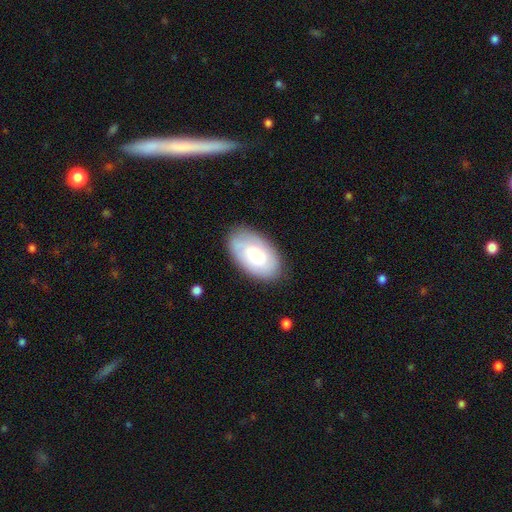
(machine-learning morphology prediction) Smooth or featured? Predicted: smooth (p=0.68). How rounded? Predicted: in between (p=0.94). Merging? Predicted: none (p=0.82).